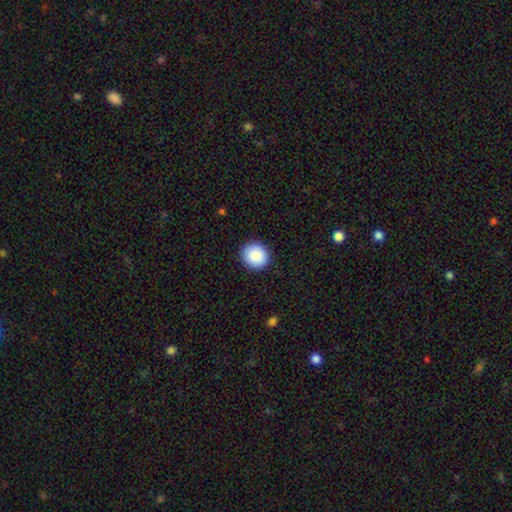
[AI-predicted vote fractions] Smooth or featured? smooth (87%)
How rounded? round (88%)
Merging? none (91%)